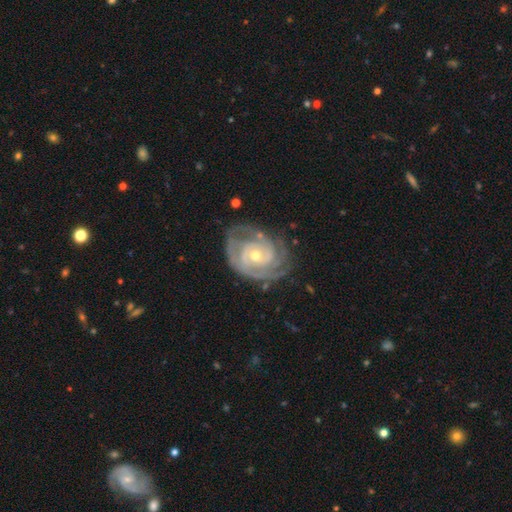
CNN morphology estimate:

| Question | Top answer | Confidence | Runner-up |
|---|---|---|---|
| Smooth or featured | featured or disk | 89% | smooth (6%) |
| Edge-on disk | no | 97% | yes (3%) |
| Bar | no | 69% | weak (24%) |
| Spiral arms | yes | 96% | no (4%) |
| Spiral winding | tight | 73% | medium (23%) |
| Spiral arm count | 3 | 28% | 2 (27%) |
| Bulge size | small | 49% | moderate (48%) |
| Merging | none | 69% | minor disturbance (21%) |